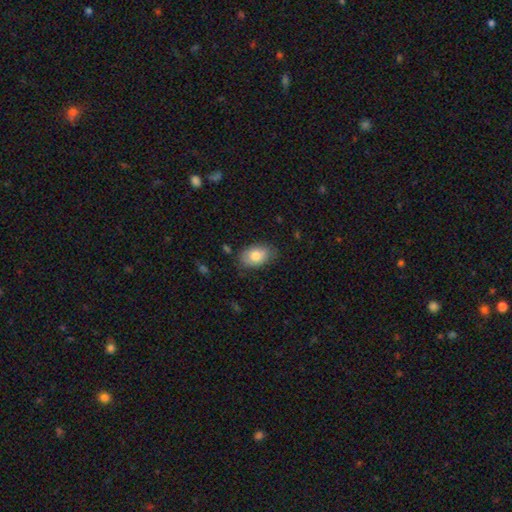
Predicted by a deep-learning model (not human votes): Overall: smooth (81%). How rounded: in between (90%). Merging: none (77%).